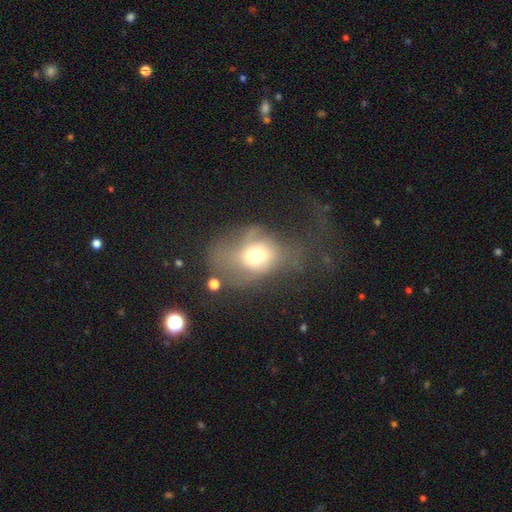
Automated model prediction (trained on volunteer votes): smooth_or_featured: smooth (p=0.60) [alt: featured or disk p=0.27]
how_rounded: in between (p=0.54) [alt: round p=0.45]
merging: major disturbance (p=0.51) [alt: none p=0.22]